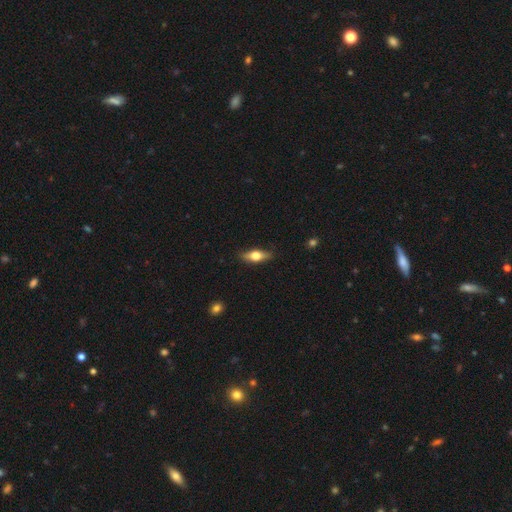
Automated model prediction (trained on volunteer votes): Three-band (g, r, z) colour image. It shows a smooth galaxy with no disk features (47%). Merging: none (85%).